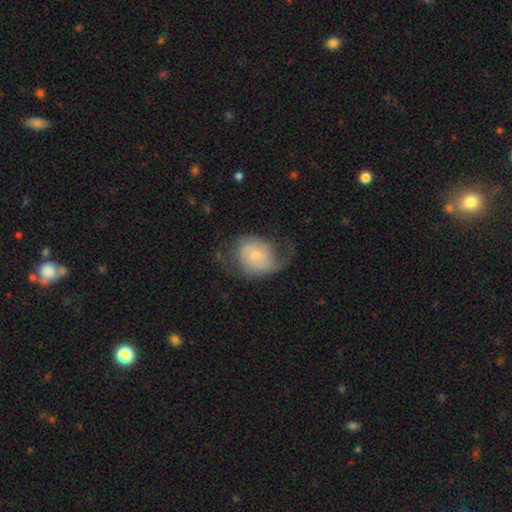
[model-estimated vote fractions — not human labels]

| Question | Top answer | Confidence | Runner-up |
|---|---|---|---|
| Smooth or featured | featured or disk | 60% | smooth (33%) |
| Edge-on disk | no | 97% | yes (3%) |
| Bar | no | 69% | weak (27%) |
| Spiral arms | yes | 85% | no (15%) |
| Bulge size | small | 62% | moderate (30%) |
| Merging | none | 45% | major disturbance (29%) |